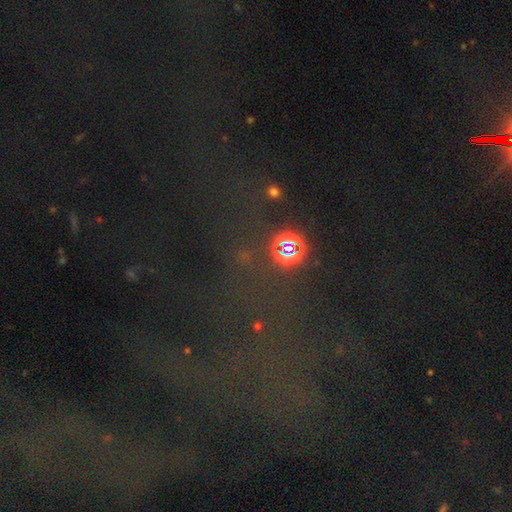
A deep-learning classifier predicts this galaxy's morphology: This appears to be a star or artifact, not a galaxy (68%).